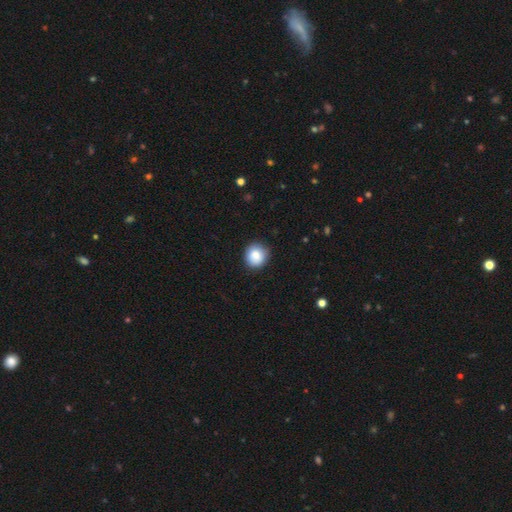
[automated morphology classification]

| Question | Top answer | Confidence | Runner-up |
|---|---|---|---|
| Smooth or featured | smooth | 84% | star or artifact (9%) |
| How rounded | round | 89% | in between (10%) |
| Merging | none | 87% | minor disturbance (10%) |